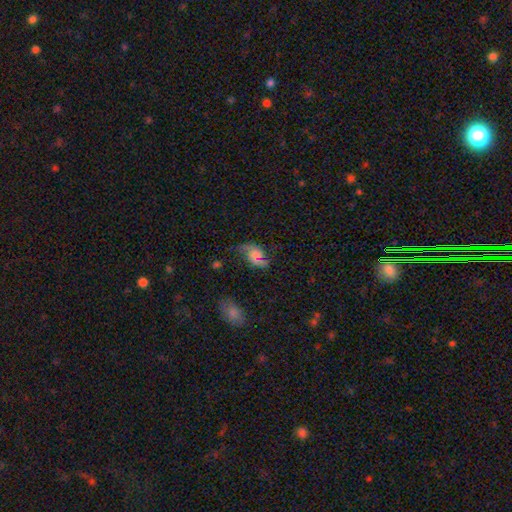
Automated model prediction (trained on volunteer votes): This appears to be a featured or disk galaxy (53%) with no bar (66%), spiral arms (82%) and no central bulge (50%). Merging: none (47%).